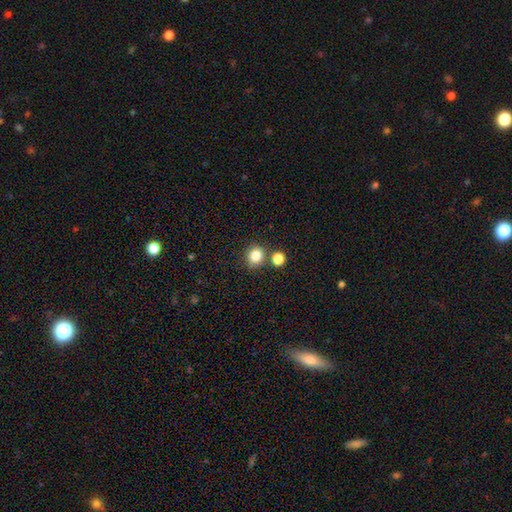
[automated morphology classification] type=smooth (83%); roundness=round (84%); merging=none (77%).